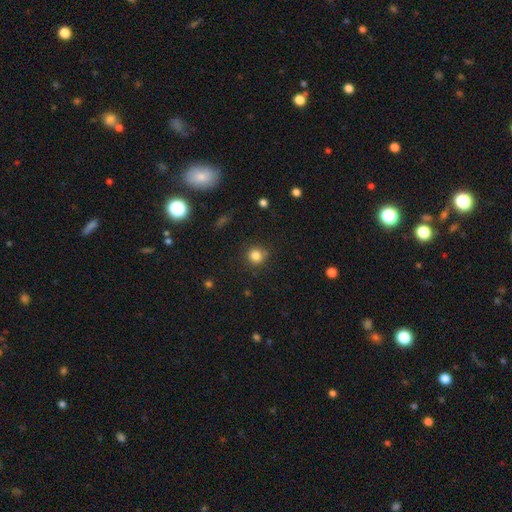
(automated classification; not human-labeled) Smooth or featured? Predicted: smooth (p=0.83). How rounded? Predicted: round (p=0.90). Merging? Predicted: none (p=0.84).